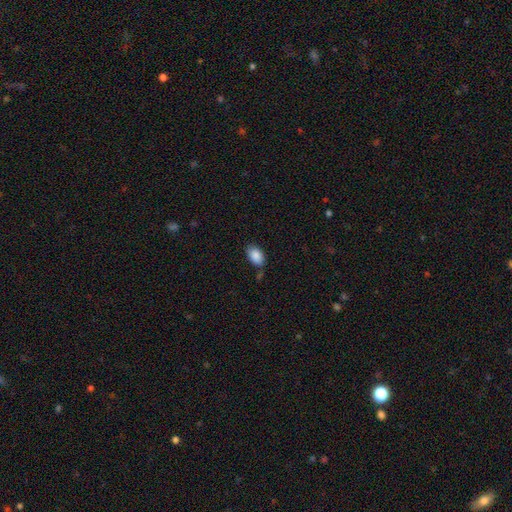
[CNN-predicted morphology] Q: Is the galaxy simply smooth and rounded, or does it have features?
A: smooth — 88%.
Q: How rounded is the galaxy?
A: in between — 92%.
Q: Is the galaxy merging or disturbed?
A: none — 76%.